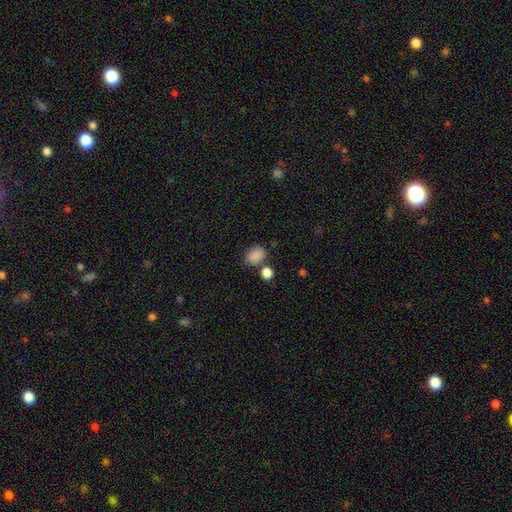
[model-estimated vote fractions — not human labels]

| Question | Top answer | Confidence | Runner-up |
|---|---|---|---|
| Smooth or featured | smooth | 86% | star or artifact (10%) |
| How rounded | in between | 61% | round (38%) |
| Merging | none | 66% | minor disturbance (15%) |